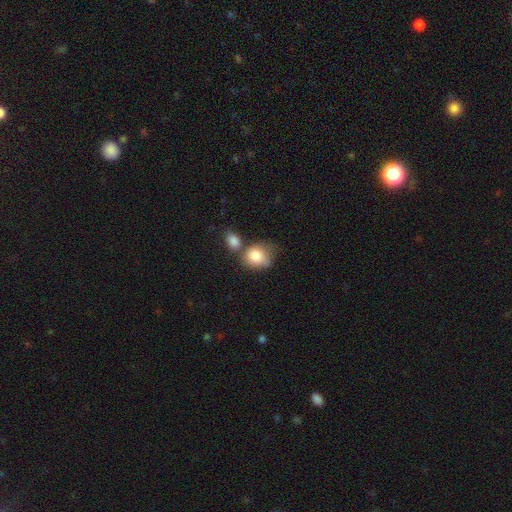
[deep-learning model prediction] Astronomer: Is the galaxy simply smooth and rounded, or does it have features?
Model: smooth — 82%.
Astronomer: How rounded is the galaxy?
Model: round — 54% (runner-up: in between, 45%).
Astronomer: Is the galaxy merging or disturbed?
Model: merger — 39% (runner-up: none, 34%).